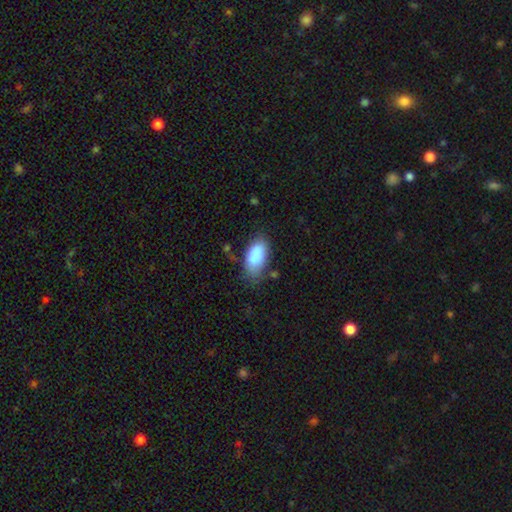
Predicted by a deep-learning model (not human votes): A smooth galaxy with no disk features (86%) that is in between round and cigar-shaped (94%).

Vote fractions:
- Smooth or featured? smooth: 86% / featured or disk: 7% / star or artifact: 7%
- How rounded? in between: 94% / round: 3% / cigar-shaped: 3%
- Merging? none: 63% / minor disturbance: 25% / major disturbance: 8% / merger: 4%